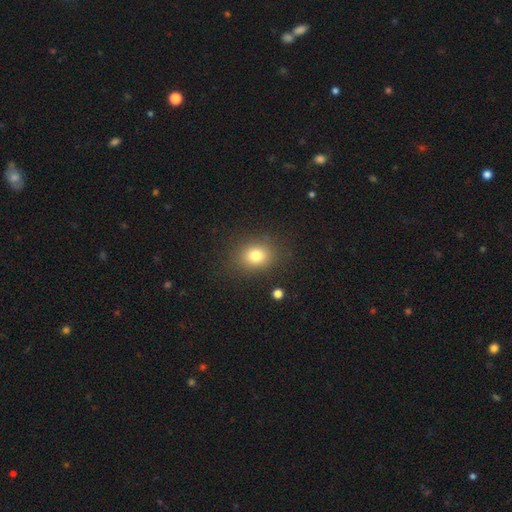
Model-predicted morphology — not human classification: A smooth galaxy with no disk features (78%) that is round (58%). Merging: none (84%).